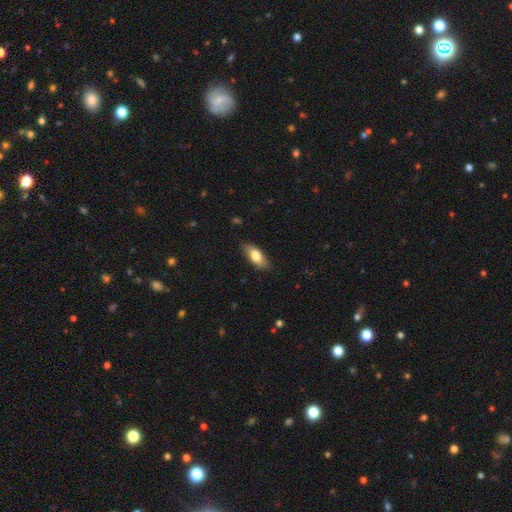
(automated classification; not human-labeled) Smooth or featured?
  - smooth: 75% *
  - featured or disk: 19%
  - star or artifact: 6%
How rounded?
  - in between: 80% *
  - cigar-shaped: 17%
  - round: 3%
Merging?
  - none: 82% *
  - minor disturbance: 14%
  - major disturbance: 3%
  - merger: 1%